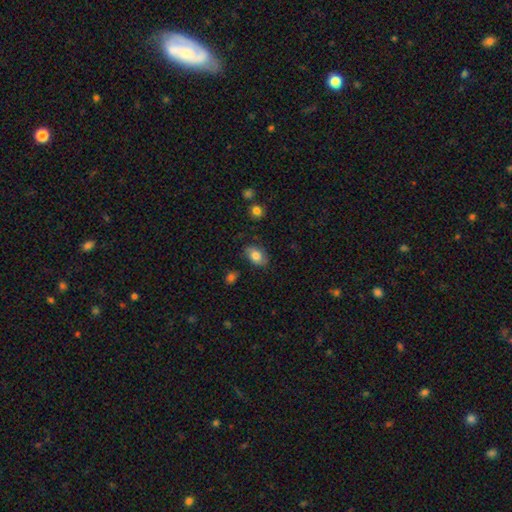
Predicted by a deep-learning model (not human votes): Smooth or featured? Predicted: smooth (p=0.78). How rounded? Predicted: in between (p=0.88). Merging? Predicted: none (p=0.76).